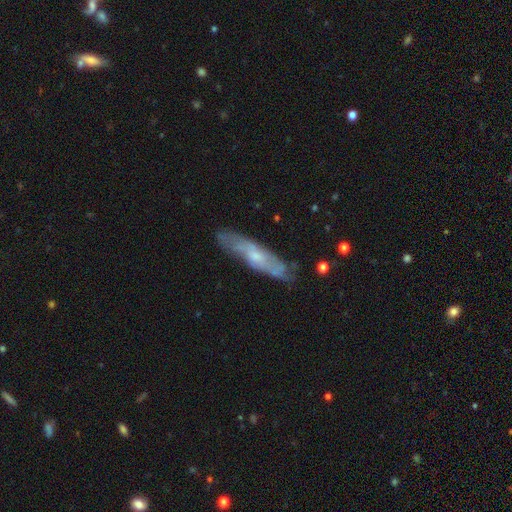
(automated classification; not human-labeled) Smooth or featured? Predicted: featured or disk (p=0.58). Edge-on disk? Predicted: no (p=0.51). Merging? Predicted: none (p=0.75).